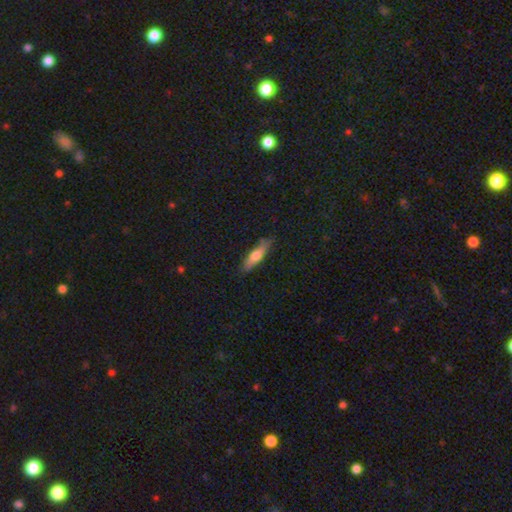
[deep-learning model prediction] smooth-or-featured: smooth: 60% | featured or disk: 34% | star or artifact: 6%
  how-rounded: cigar-shaped: 71% | in between: 27% | round: 2%
  merging: none: 83% | minor disturbance: 14% | major disturbance: 2% | merger: 1%